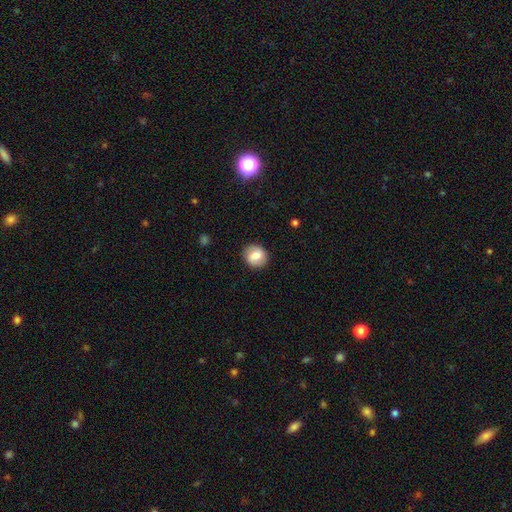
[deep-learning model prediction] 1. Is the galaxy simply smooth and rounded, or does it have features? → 73% smooth, 19% featured or disk, 8% star or artifact.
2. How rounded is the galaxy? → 74% round, 25% in between, 1% cigar-shaped.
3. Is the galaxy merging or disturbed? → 86% none, 10% minor disturbance, 3% major disturbance, 1% merger.